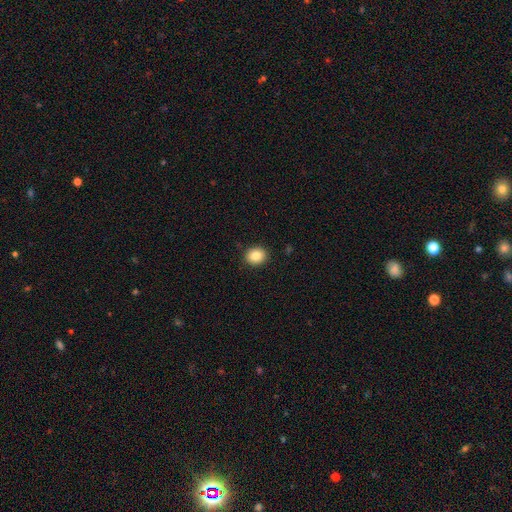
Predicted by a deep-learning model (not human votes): Overall: smooth (85%). How rounded: round (74%). Merging: none (91%).